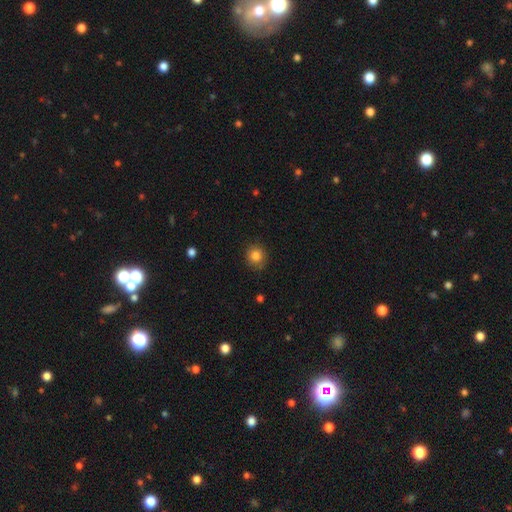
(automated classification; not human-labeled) Smooth or featured? smooth (83%)
How rounded? round (87%)
Merging? none (86%)